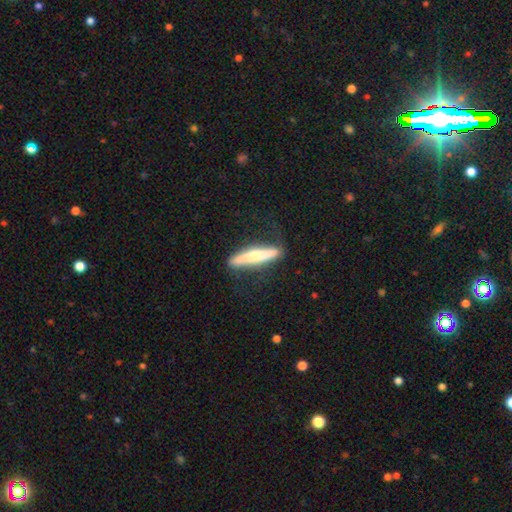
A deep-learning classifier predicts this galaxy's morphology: Smooth or featured? smooth (50%)
Merging? none (73%)